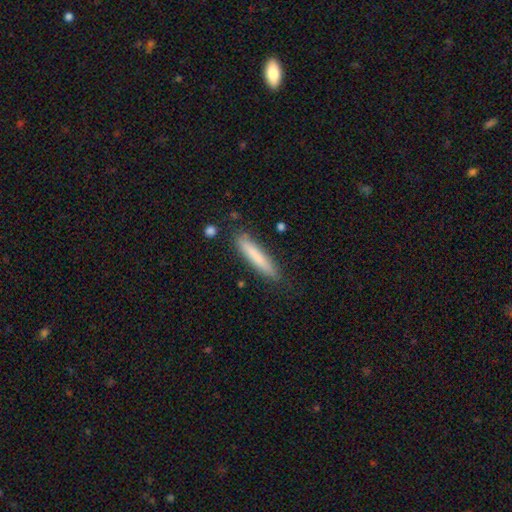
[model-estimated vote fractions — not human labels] A smooth galaxy with no disk features (77%) that is cigar-shaped (92%). Merging: none (85%).